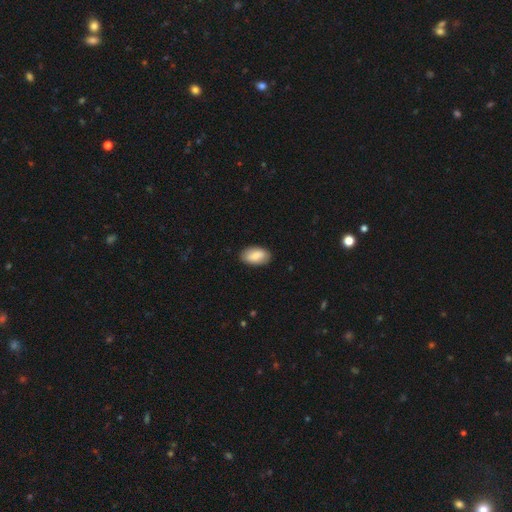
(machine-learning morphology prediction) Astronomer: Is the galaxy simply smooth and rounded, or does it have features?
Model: smooth — 84%.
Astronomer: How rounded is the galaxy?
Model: in between — 94%.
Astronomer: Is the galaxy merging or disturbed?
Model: none — 86%.